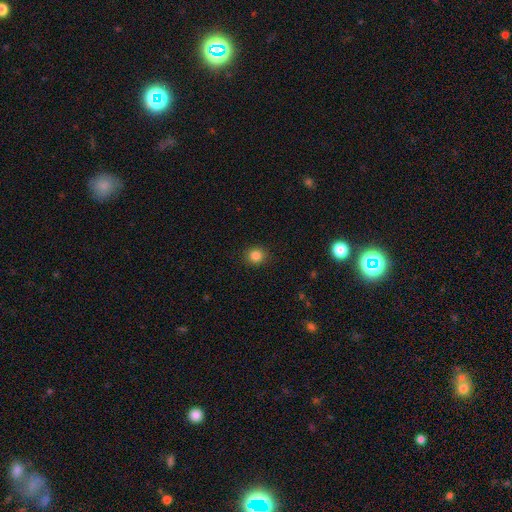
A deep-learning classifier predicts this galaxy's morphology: This is clearly a smooth galaxy (85%). How rounded: clearly round (86%). Merging: clearly none (91%).